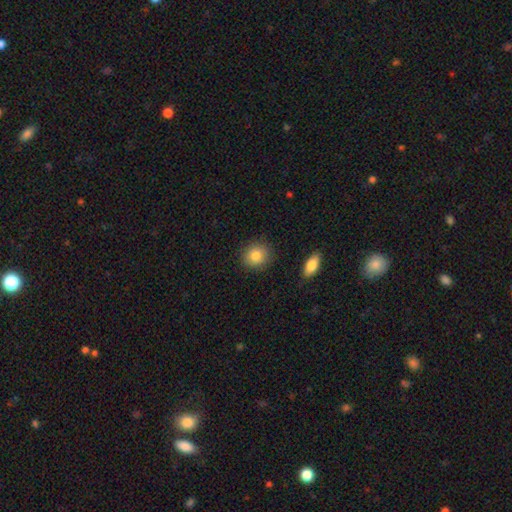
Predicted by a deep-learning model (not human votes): Morphology: type=smooth (85%); roundness=round (76%); merging=none (88%).